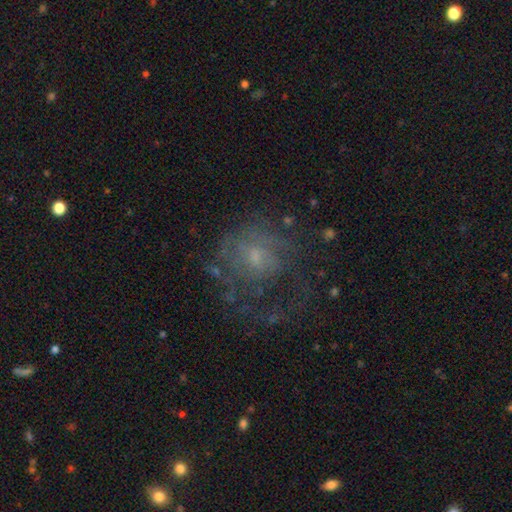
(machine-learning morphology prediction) Smooth or featured? Predicted: featured or disk (p=0.60). Edge-on disk? Predicted: no (p=0.97). Bar? Predicted: no (p=0.70). Spiral arms? Predicted: yes (p=0.58). Bulge size? Predicted: small (p=0.57). Merging? Predicted: none (p=0.47).